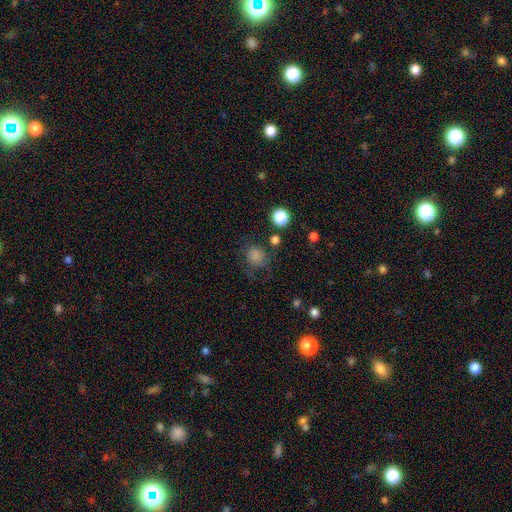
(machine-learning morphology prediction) Smooth or featured: smooth — 79% (star or artifact — 14%)
How rounded: round — 87% (in between — 12%)
Merging: none — 67% (minor disturbance — 18%)